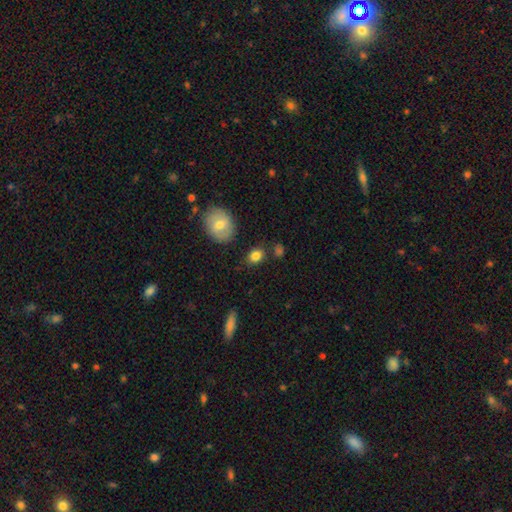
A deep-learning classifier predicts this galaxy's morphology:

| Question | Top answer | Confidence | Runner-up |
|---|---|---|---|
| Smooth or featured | smooth | 84% | star or artifact (9%) |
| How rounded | in between | 60% | round (39%) |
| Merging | none | 80% | minor disturbance (12%) |